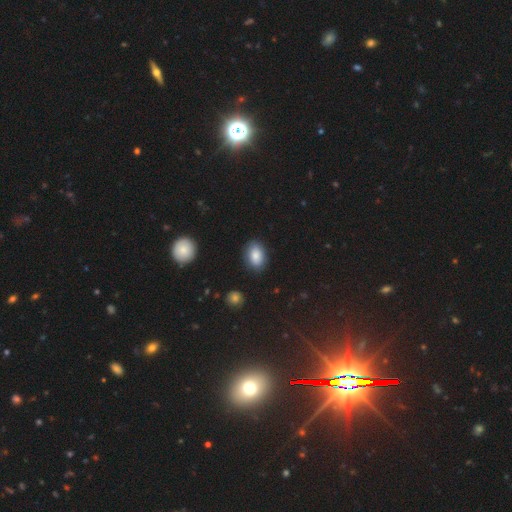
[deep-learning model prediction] The model was most divided on "merging": none: 84%, minor disturbance: 12%, major disturbance: 3%, merger: 2%. More confident: how rounded — in between (86%); smooth or featured — smooth (85%).